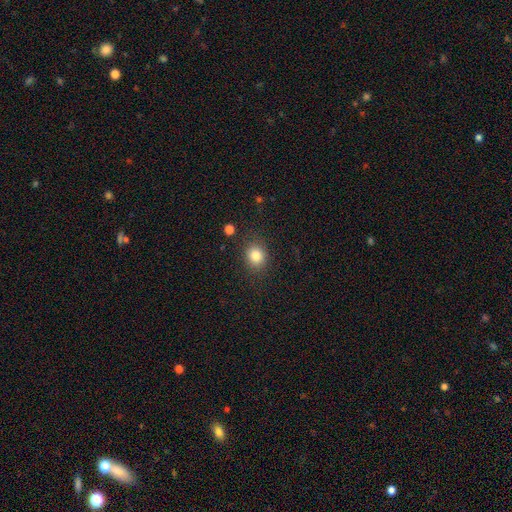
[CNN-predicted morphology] Smooth or featured? smooth (82%)
How rounded? round (69%)
Merging? none (85%)